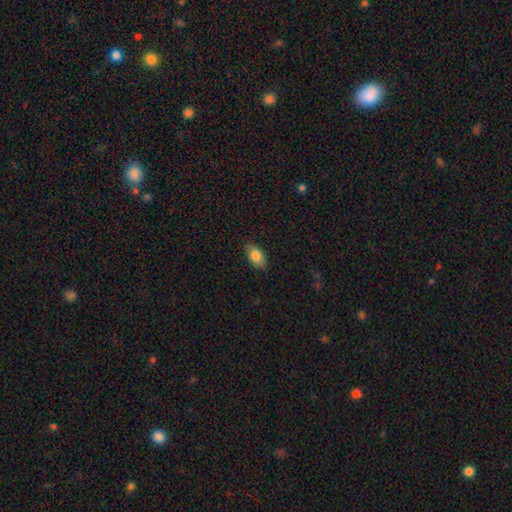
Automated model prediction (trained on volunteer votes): This is clearly a smooth galaxy (84%). How rounded: clearly in between (92%). Merging: clearly none (86%).